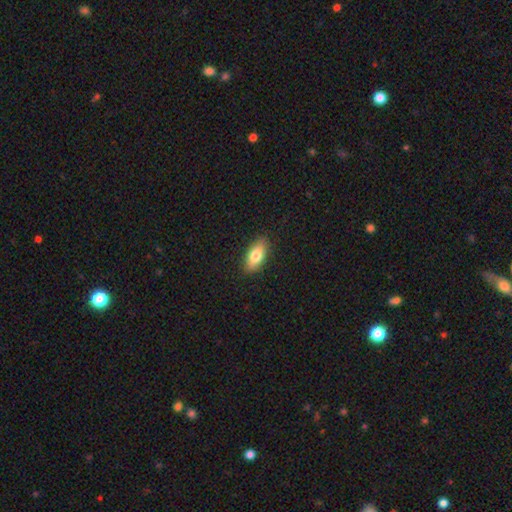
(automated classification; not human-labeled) smooth_or_featured: smooth (p=0.78) [alt: featured or disk p=0.15]
how_rounded: in between (p=0.84) [alt: cigar-shaped p=0.13]
merging: none (p=0.88) [alt: minor disturbance p=0.10]